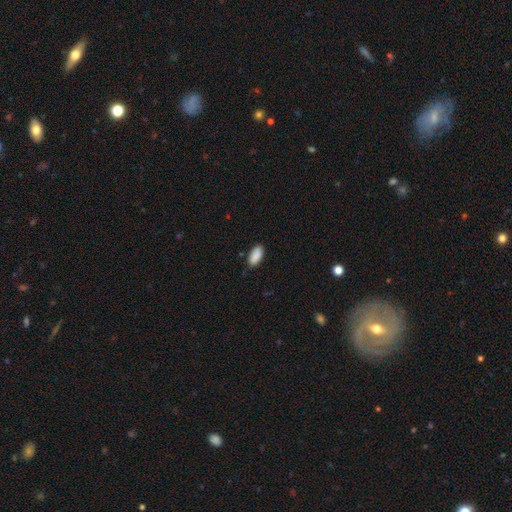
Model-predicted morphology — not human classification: smooth-or-featured: smooth: 90% | star or artifact: 7% | featured or disk: 4%
  how-rounded: in between: 90% | cigar-shaped: 8% | round: 2%
  merging: none: 82% | minor disturbance: 14% | major disturbance: 2% | merger: 1%